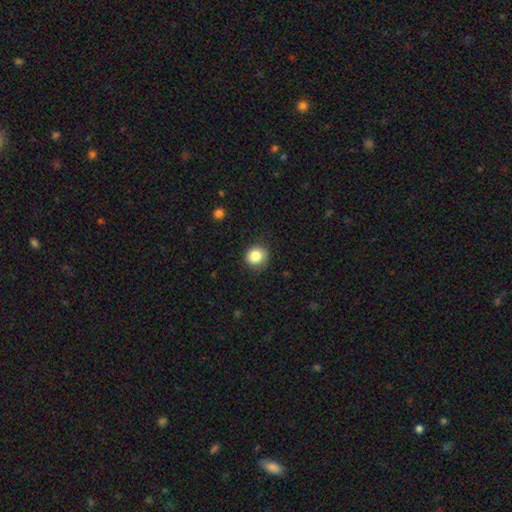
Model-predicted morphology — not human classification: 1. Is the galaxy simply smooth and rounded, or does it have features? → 84% smooth, 10% star or artifact, 6% featured or disk.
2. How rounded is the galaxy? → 87% round, 12% in between, 1% cigar-shaped.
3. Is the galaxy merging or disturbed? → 86% none, 11% minor disturbance, 3% major disturbance, 1% merger.